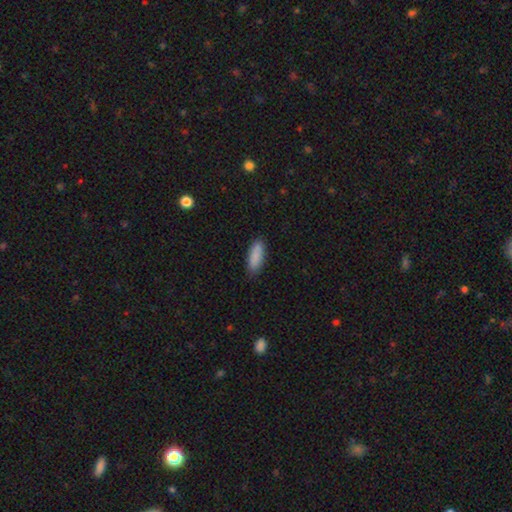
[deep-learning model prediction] Q: Smooth or featured?
A: smooth (89%); runner-up: star or artifact (6%)
Q: How rounded?
A: in between (67%); runner-up: cigar-shaped (31%)
Q: Merging?
A: none (84%); runner-up: minor disturbance (12%)